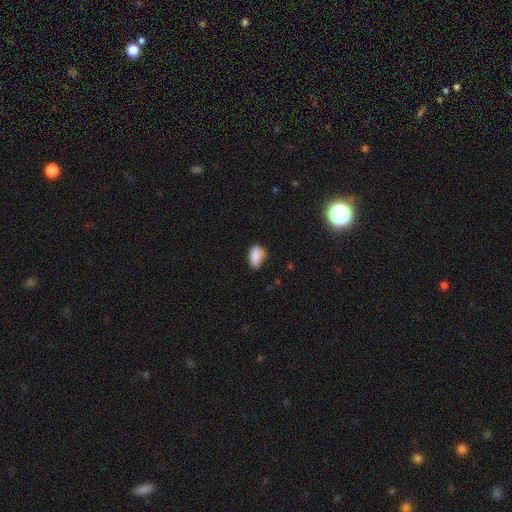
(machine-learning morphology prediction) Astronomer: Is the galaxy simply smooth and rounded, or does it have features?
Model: smooth — 86%.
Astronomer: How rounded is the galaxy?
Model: in between — 90%.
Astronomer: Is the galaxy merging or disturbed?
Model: none — 64%.